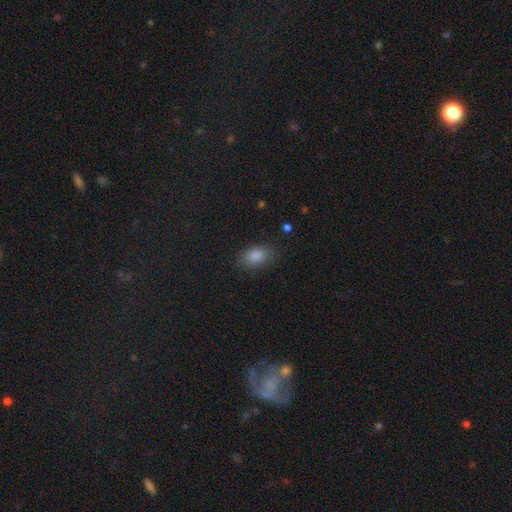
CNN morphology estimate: Overall: smooth (82%). How rounded: in between (84%). Merging: none (81%).